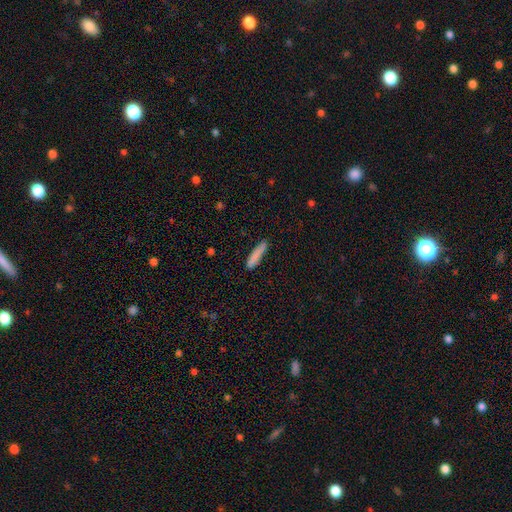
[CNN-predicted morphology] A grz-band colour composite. It shows a smooth galaxy with no disk features (84%) that is cigar-shaped (87%). Merging: none (84%).